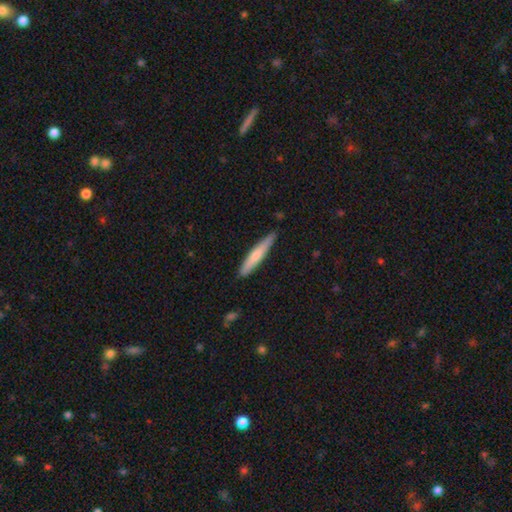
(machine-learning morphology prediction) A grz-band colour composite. It shows a smooth galaxy with no disk features (66%) that is cigar-shaped (93%). Merging: none (84%).